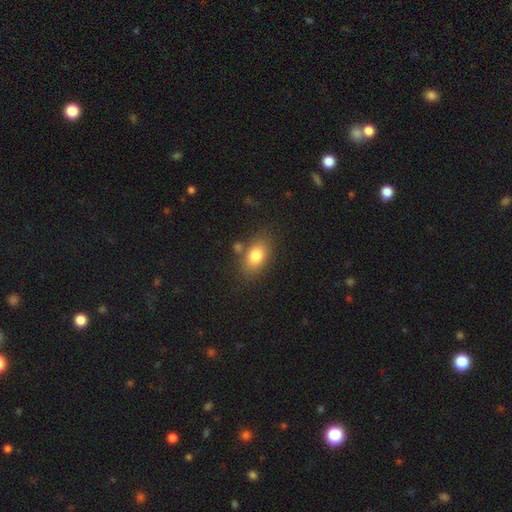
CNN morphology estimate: Smooth or featured?
  - smooth: 81% *
  - featured or disk: 10%
  - star or artifact: 8%
How rounded?
  - in between: 85% *
  - round: 13%
  - cigar-shaped: 2%
Merging?
  - none: 73% *
  - minor disturbance: 14%
  - merger: 9%
  - major disturbance: 4%